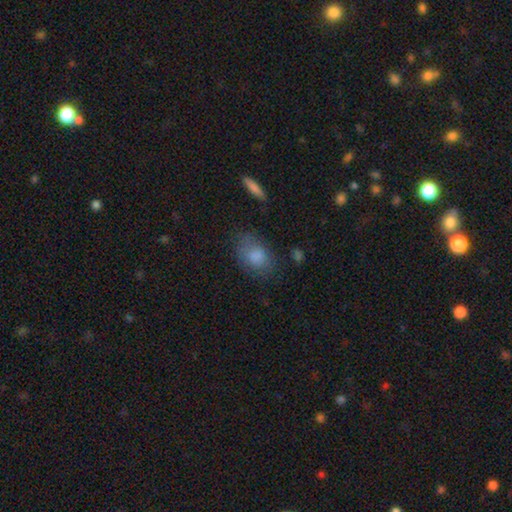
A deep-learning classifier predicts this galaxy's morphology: smooth_or_featured: smooth (p=0.78) [alt: featured or disk p=0.12]
how_rounded: in between (p=0.76) [alt: round p=0.23]
merging: none (p=0.69) [alt: minor disturbance p=0.21]